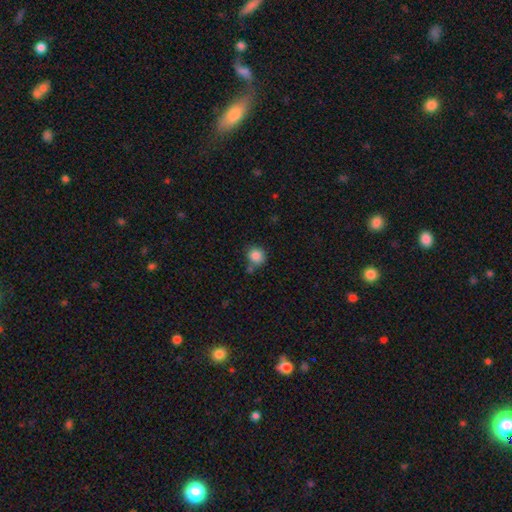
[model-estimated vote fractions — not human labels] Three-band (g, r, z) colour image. It shows a smooth galaxy with no disk features (86%) that is round (85%). Merging: none (70%).